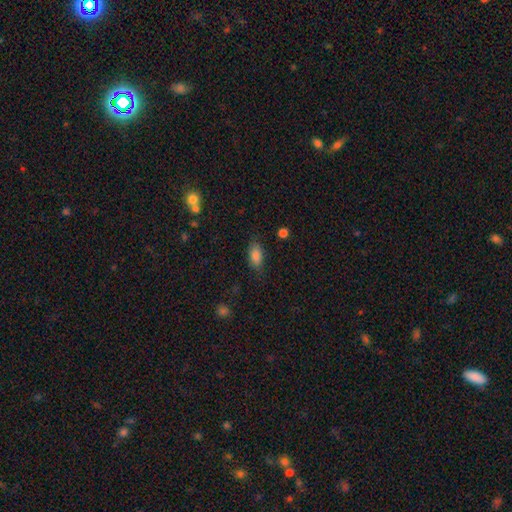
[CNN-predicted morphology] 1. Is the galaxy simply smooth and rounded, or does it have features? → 84% smooth, 8% star or artifact, 8% featured or disk.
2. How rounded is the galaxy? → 87% in between, 9% cigar-shaped, 4% round.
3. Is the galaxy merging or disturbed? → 78% none, 16% minor disturbance, 4% major disturbance, 2% merger.